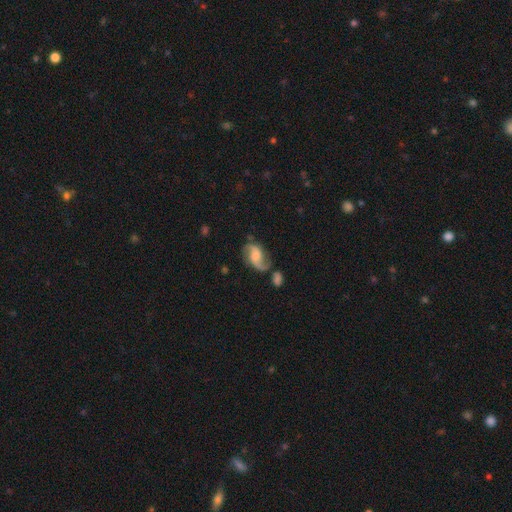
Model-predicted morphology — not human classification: featured or disk 75%, smooth 18%, star or artifact 7%. Down the decision tree: edge-on disk — no (97%); bar — no (51%); spiral arms — yes (93%); spiral arm count — 2 (86%); spiral winding — loose (54%); bulge size — none (35%); merging — none (52%).